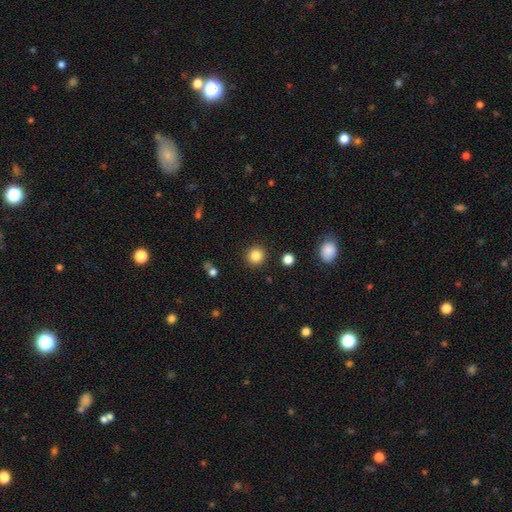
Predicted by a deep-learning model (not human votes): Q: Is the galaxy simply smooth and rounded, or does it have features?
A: smooth — 84%.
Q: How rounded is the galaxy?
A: round — 94%.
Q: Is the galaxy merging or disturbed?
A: none — 91%.